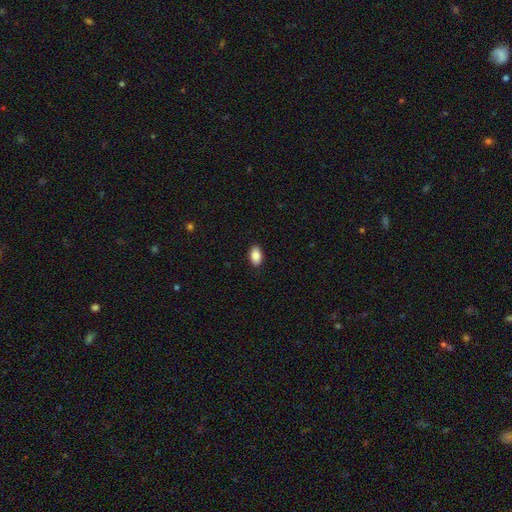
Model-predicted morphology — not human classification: type=smooth (89%); roundness=in between (92%); merging=none (90%).